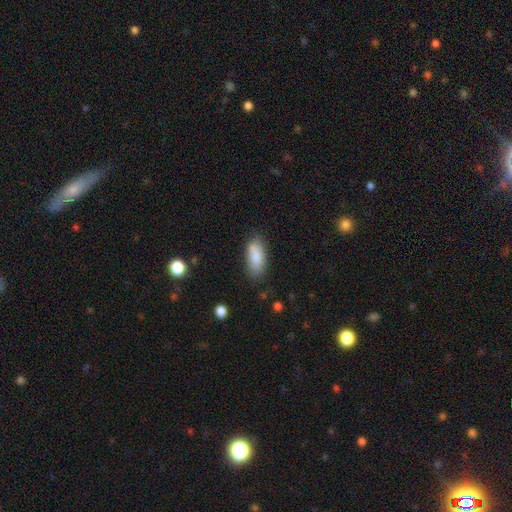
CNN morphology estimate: A smooth galaxy with no disk features (84%) that is in between round and cigar-shaped (84%).

Vote fractions:
- Smooth or featured? smooth: 84% / featured or disk: 9% / star or artifact: 7%
- How rounded? in between: 84% / cigar-shaped: 13% / round: 2%
- Merging? none: 72% / minor disturbance: 20% / major disturbance: 5% / merger: 3%